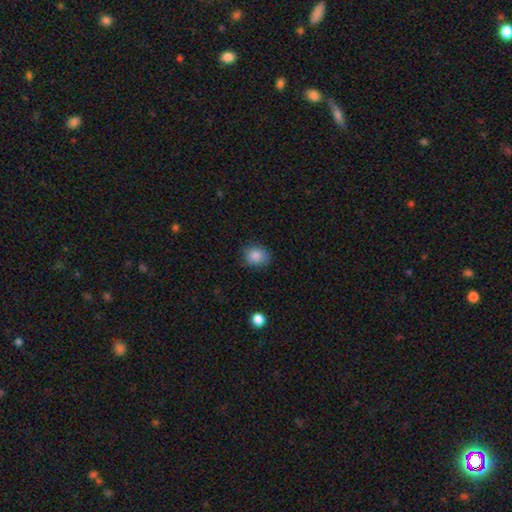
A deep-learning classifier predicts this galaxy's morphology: The model was most divided on "how rounded": round: 64%, in between: 35%, cigar-shaped: 1%. More confident: smooth or featured — smooth (86%); merging — none (77%).